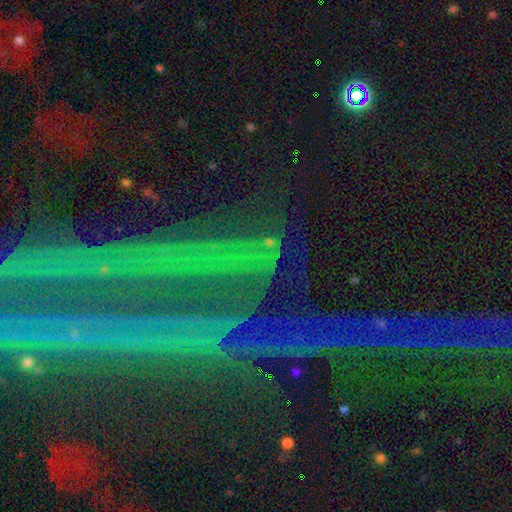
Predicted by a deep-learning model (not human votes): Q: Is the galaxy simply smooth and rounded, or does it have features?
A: star or artifact — 75%.